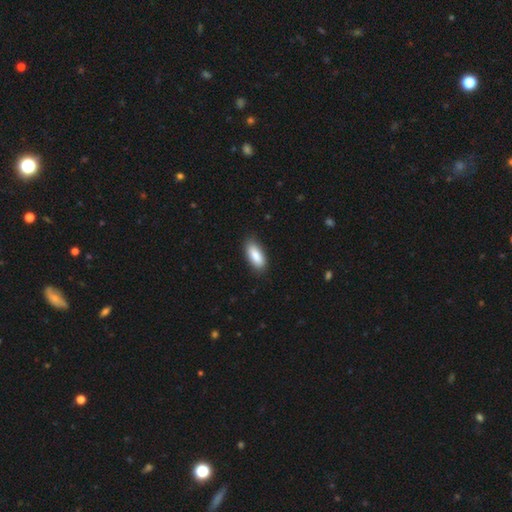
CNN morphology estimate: Overall: smooth (87%). How rounded: in between (83%). Merging: none (85%).